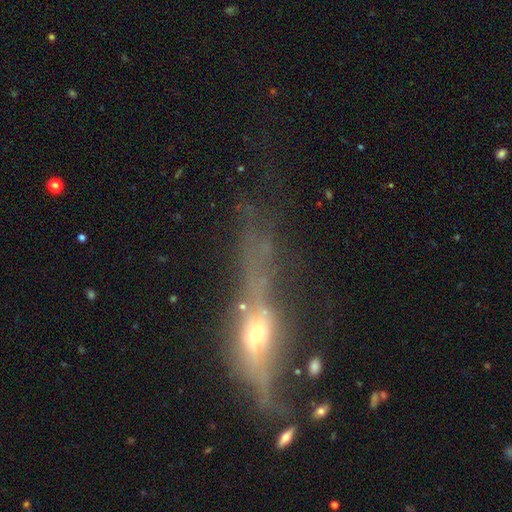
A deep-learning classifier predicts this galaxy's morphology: Smooth or featured: featured or disk — 62% (smooth — 22%)
Edge-on disk: yes — 63% (no — 37%)
Merging: none — 37% (major disturbance — 34%)